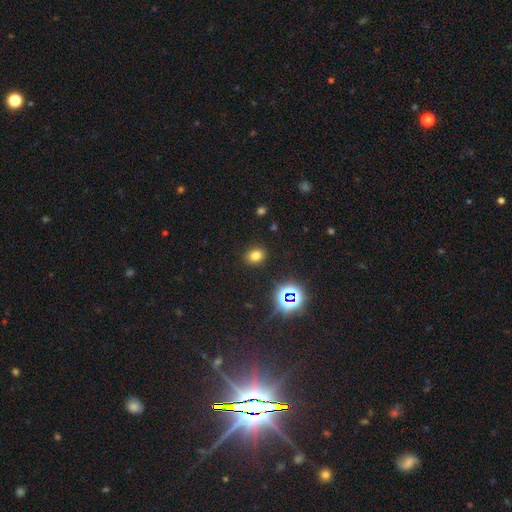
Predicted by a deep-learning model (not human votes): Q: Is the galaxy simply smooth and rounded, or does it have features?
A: smooth — 72%.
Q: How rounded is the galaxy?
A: round — 51%.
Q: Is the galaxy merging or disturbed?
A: none — 87%.